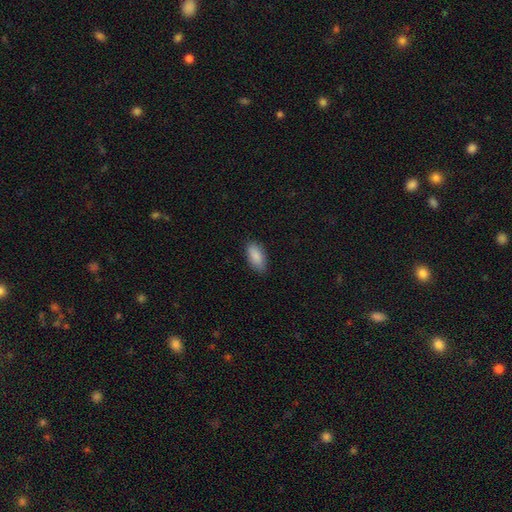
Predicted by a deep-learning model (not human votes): Smooth or featured? Predicted: smooth (p=0.89). How rounded? Predicted: in between (p=0.89). Merging? Predicted: none (p=0.85).